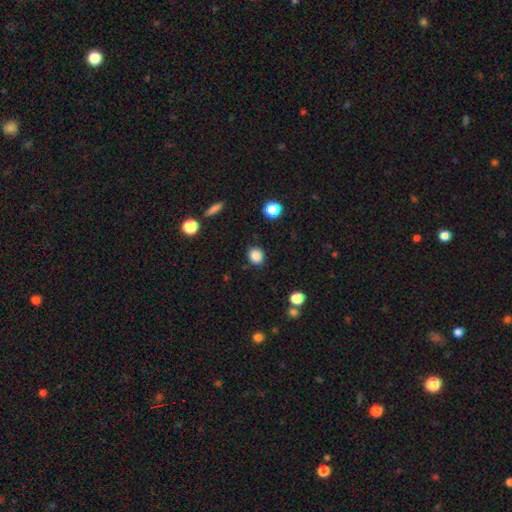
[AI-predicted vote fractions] Smooth or featured? Predicted: smooth (p=0.86). How rounded? Predicted: round (p=0.68). Merging? Predicted: none (p=0.87).